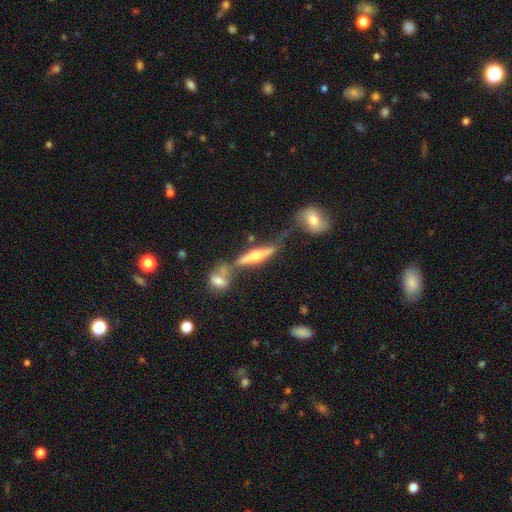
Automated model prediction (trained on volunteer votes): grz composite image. It shows a featured or disk galaxy (69%) viewed edge-on (90%) with a rounded central bulge (93%). Merging: none (52%).